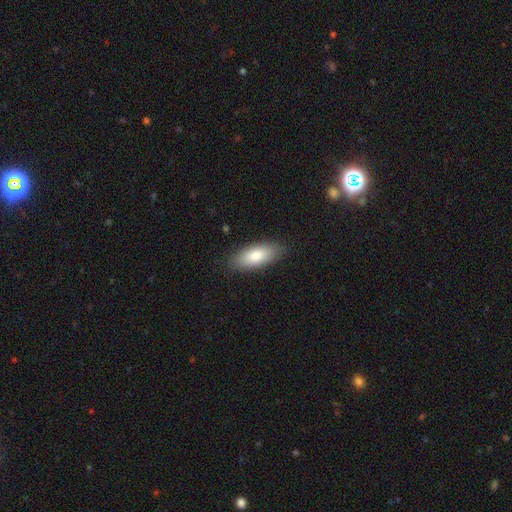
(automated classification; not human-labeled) The model was most divided on "how rounded": in between: 83%, cigar-shaped: 15%, round: 2%. More confident: merging — none (86%); smooth or featured — smooth (83%).